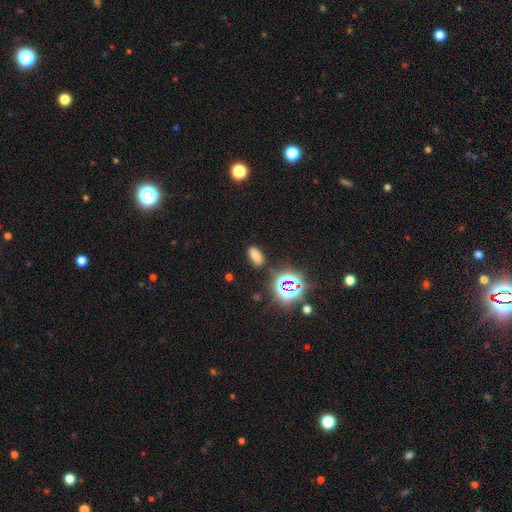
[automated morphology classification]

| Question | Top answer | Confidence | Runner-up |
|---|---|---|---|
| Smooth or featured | smooth | 64% | star or artifact (28%) |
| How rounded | in between | 90% | round (6%) |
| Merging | none | 83% | minor disturbance (11%) |